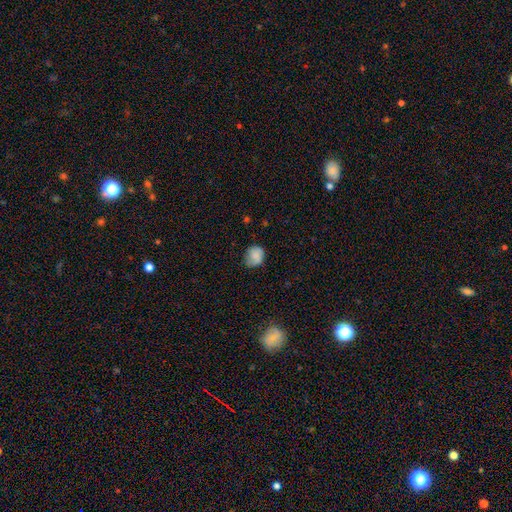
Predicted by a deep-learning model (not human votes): Smooth or featured?
  - smooth: 78% *
  - featured or disk: 14%
  - star or artifact: 9%
How rounded?
  - round: 67% *
  - in between: 32%
  - cigar-shaped: 1%
Merging?
  - none: 59% *
  - minor disturbance: 31%
  - major disturbance: 8%
  - merger: 1%